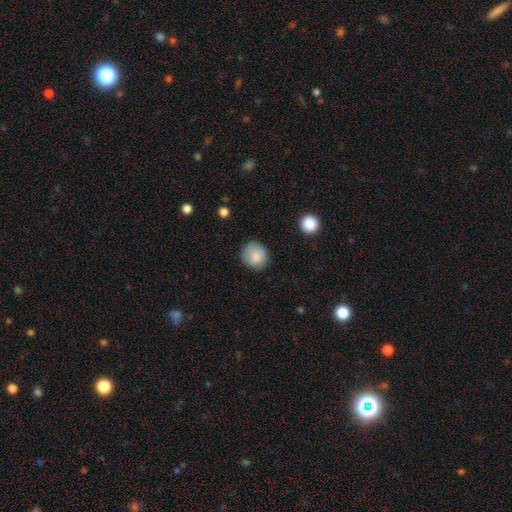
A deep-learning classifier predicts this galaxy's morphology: Smooth or featured: smooth — 84% (featured or disk — 8%)
How rounded: round — 86% (in between — 13%)
Merging: none — 82% (minor disturbance — 13%)